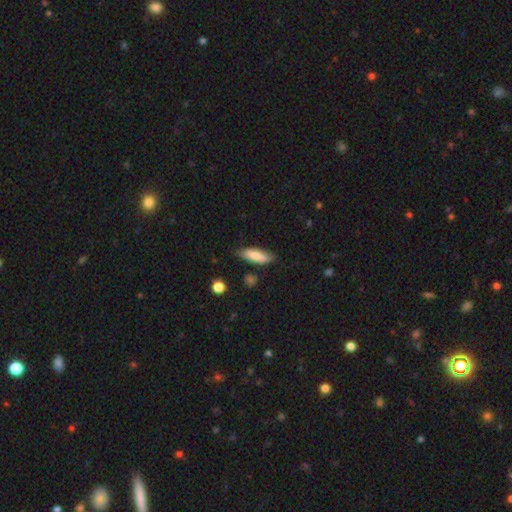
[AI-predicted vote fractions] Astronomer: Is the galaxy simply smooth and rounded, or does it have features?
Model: smooth — 75%.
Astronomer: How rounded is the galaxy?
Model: in between — 55% (runner-up: cigar-shaped, 43%).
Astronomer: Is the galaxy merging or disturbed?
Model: none — 77%.